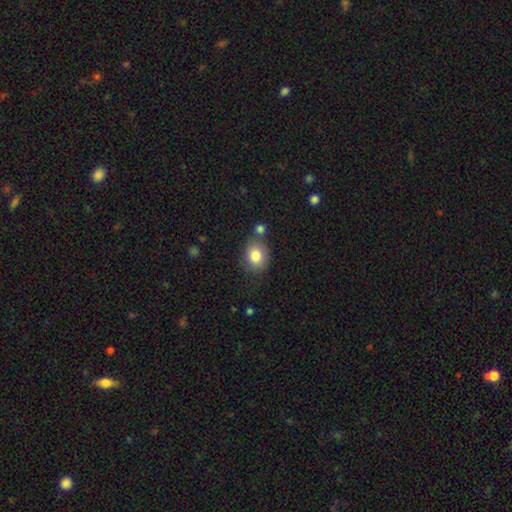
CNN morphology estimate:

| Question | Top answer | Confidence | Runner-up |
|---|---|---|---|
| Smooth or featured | smooth | 82% | star or artifact (9%) |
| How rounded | round | 61% | in between (38%) |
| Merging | none | 68% | minor disturbance (15%) |